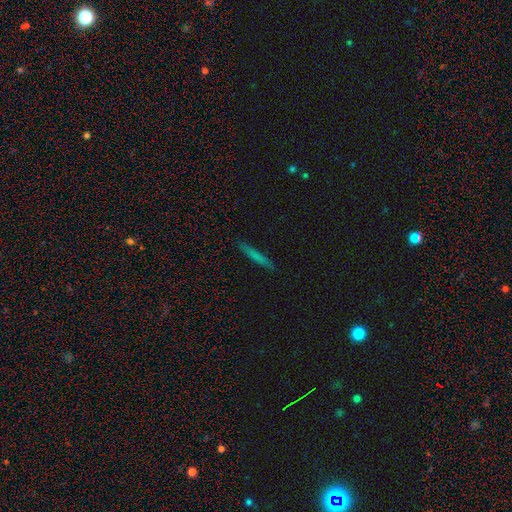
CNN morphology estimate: The model was most divided on "smooth or featured": smooth: 59%, featured or disk: 31%, star or artifact: 10%. More confident: how rounded — cigar-shaped (95%); merging — none (90%).